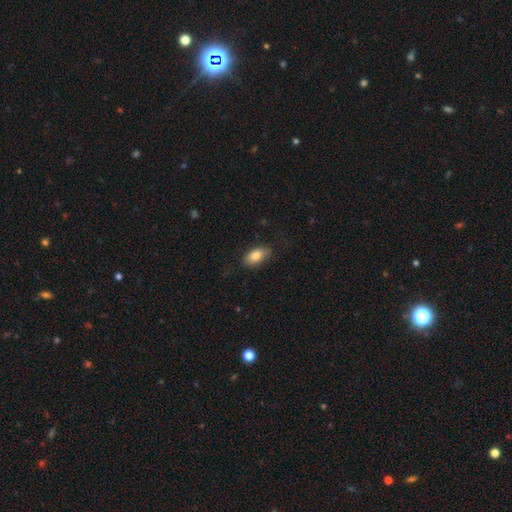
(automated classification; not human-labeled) Smooth or featured?
  - smooth: 82% *
  - featured or disk: 11%
  - star or artifact: 7%
How rounded?
  - in between: 91% *
  - round: 6%
  - cigar-shaped: 4%
Merging?
  - none: 83% *
  - minor disturbance: 13%
  - major disturbance: 3%
  - merger: 1%